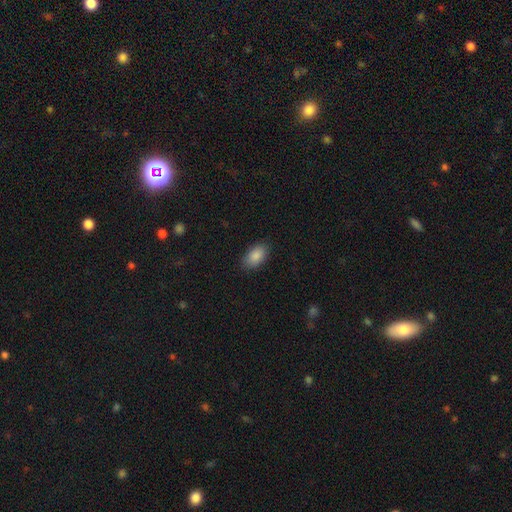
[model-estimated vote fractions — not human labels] Smooth or featured? Predicted: smooth (p=0.88). How rounded? Predicted: in between (p=0.94). Merging? Predicted: none (p=0.86).